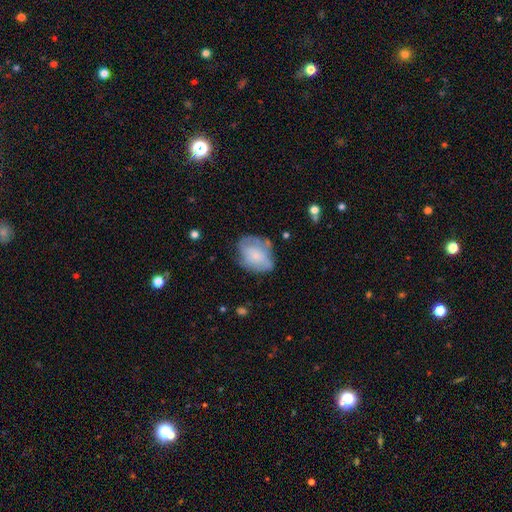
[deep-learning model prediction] smooth_or_featured: smooth (p=0.54) [alt: featured or disk p=0.38]
how_rounded: in between (p=0.71) [alt: round p=0.28]
merging: none (p=0.51) [alt: minor disturbance p=0.31]